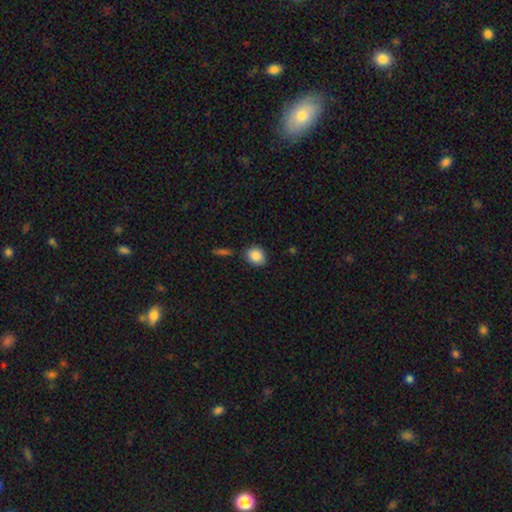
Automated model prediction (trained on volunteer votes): This is clearly a smooth galaxy (87%). How rounded: possibly round (51%). Merging: likely none (78%).